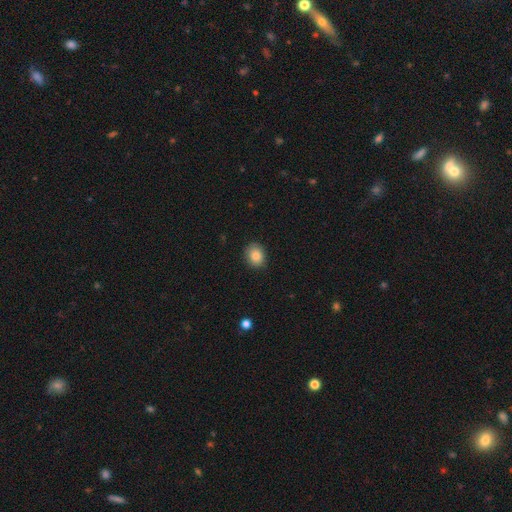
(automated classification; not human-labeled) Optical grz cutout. It shows a smooth galaxy with no disk features (84%) that is round (62%). Merging: none (87%).